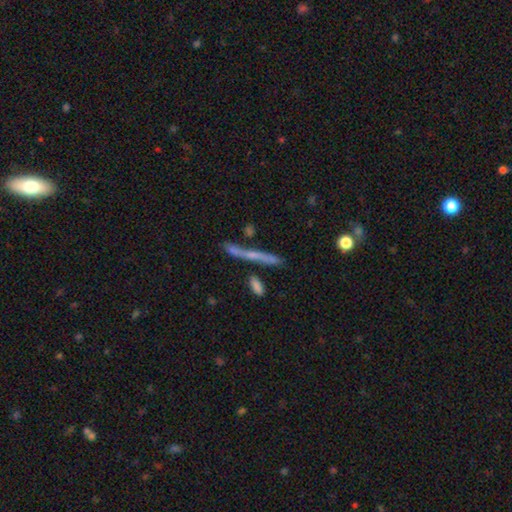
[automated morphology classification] Smooth or featured? featured or disk (48%)
Merging? none (55%)